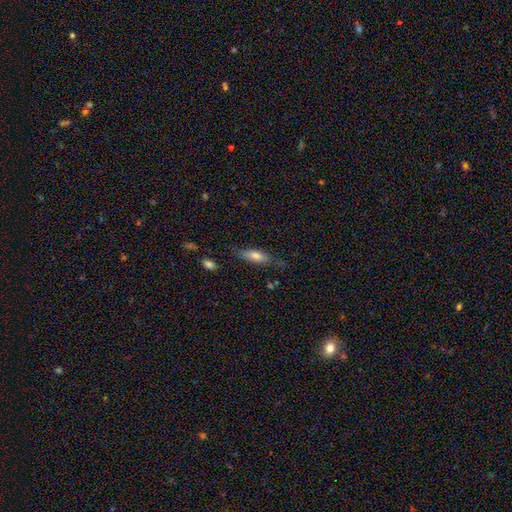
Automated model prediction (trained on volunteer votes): The model was most divided on "how rounded": in between: 52%, cigar-shaped: 46%, round: 2%. More confident: merging — none (72%); smooth or featured — smooth (70%).